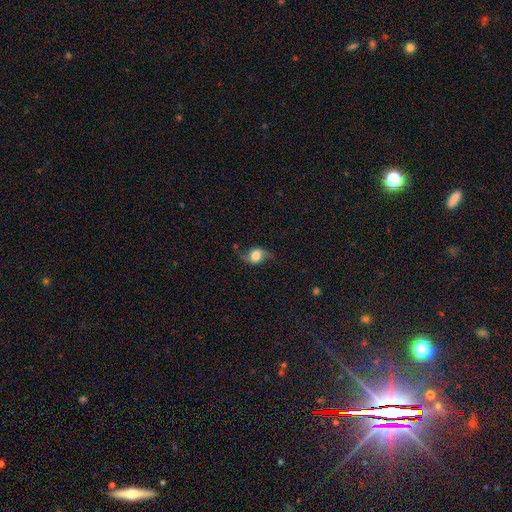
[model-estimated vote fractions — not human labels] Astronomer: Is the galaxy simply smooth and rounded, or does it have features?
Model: featured or disk — 47% (runner-up: smooth, 43%).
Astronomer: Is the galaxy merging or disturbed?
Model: none — 66%.